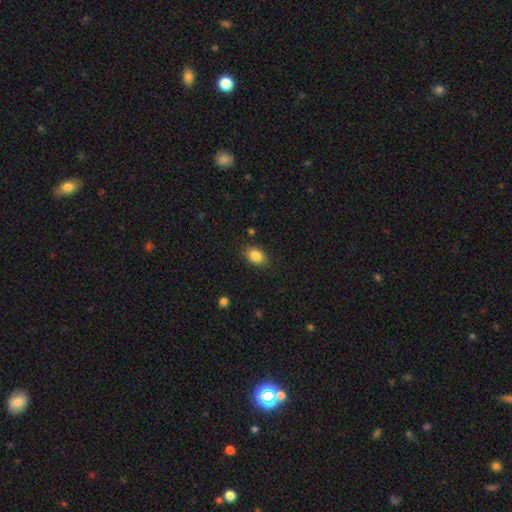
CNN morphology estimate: Q: Smooth or featured?
A: smooth (86%); runner-up: star or artifact (9%)
Q: How rounded?
A: in between (76%); runner-up: round (22%)
Q: Merging?
A: none (84%); runner-up: minor disturbance (11%)